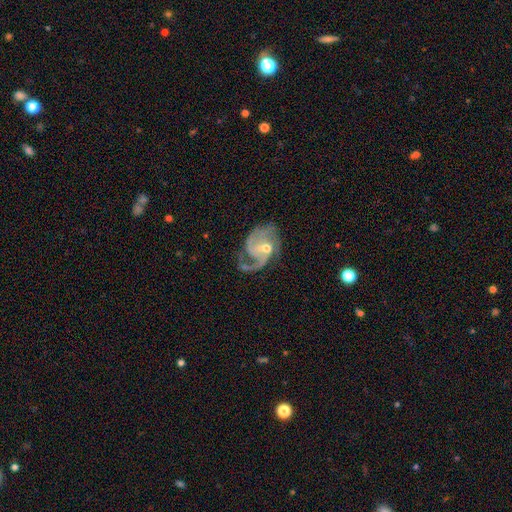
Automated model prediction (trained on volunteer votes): Q: Smooth or featured?
A: featured or disk (89%); runner-up: star or artifact (6%)
Q: Edge-on disk?
A: no (98%); runner-up: yes (2%)
Q: Bar?
A: weak (46%); runner-up: no (40%)
Q: Spiral arms?
A: yes (97%); runner-up: no (3%)
Q: Spiral winding?
A: medium (51%); runner-up: tight (25%)
Q: Spiral arm count?
A: 2 (51%); runner-up: 3 (22%)
Q: Bulge size?
A: small (53%); runner-up: moderate (42%)
Q: Merging?
A: none (54%); runner-up: minor disturbance (22%)